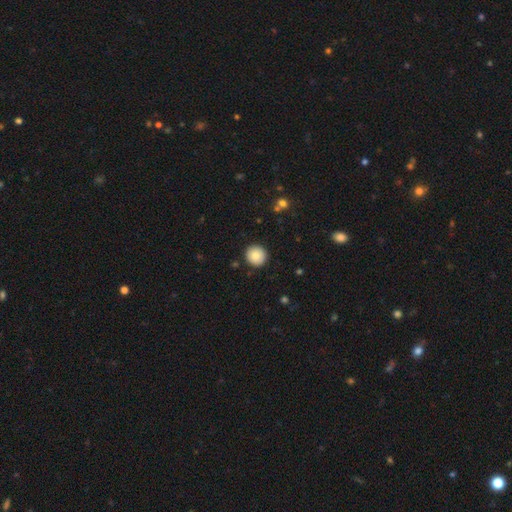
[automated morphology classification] A smooth galaxy with no disk features (83%) that is round (95%).

Vote fractions:
- Smooth or featured? smooth: 83% / featured or disk: 8% / star or artifact: 8%
- How rounded? round: 95% / in between: 4% / cigar-shaped: 1%
- Merging? none: 92% / minor disturbance: 6% / major disturbance: 2% / merger: 1%